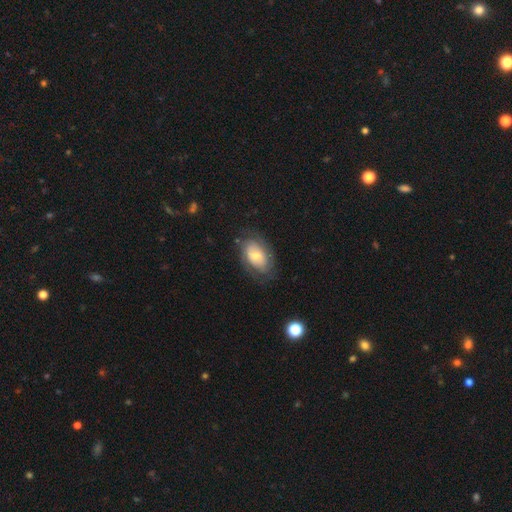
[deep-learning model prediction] This appears to be a smooth galaxy with no disk features (49%). Merging: none (68%).